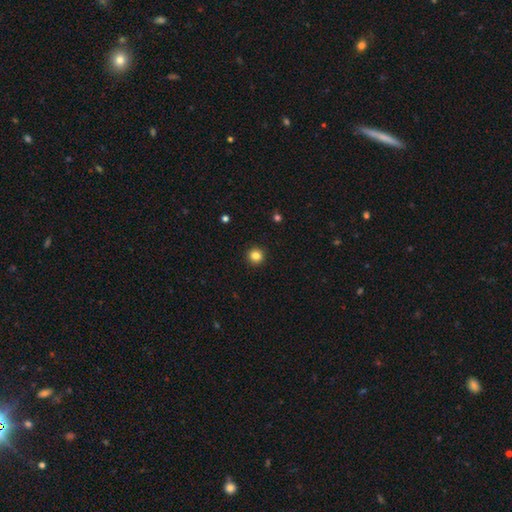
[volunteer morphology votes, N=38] Volunteers were most divided on "smooth or featured": smooth: 89%, featured or disk: 5%, star or artifact: 5%. More confident: merging — none (94%); how rounded — round (94%).